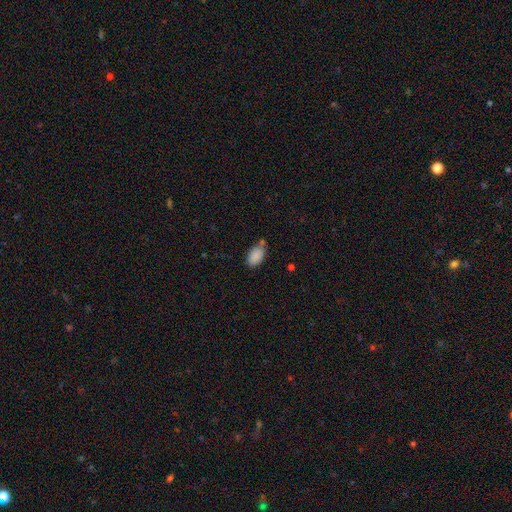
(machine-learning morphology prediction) Smooth or featured?
  - smooth: 88% *
  - star or artifact: 7%
  - featured or disk: 5%
How rounded?
  - in between: 93% *
  - round: 6%
  - cigar-shaped: 2%
Merging?
  - none: 61% *
  - minor disturbance: 21%
  - merger: 13%
  - major disturbance: 5%